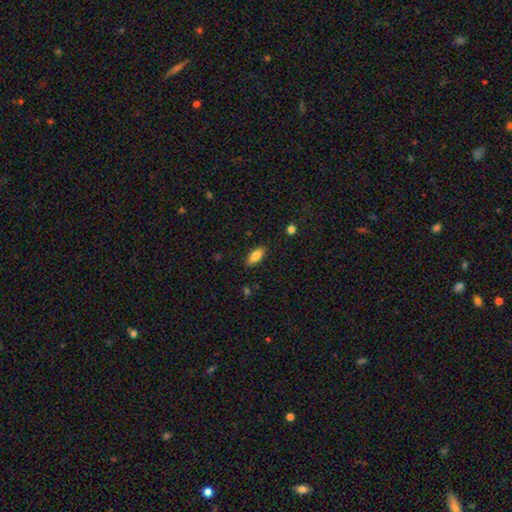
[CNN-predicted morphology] Smooth or featured? smooth (83%)
How rounded? in between (84%)
Merging? none (85%)